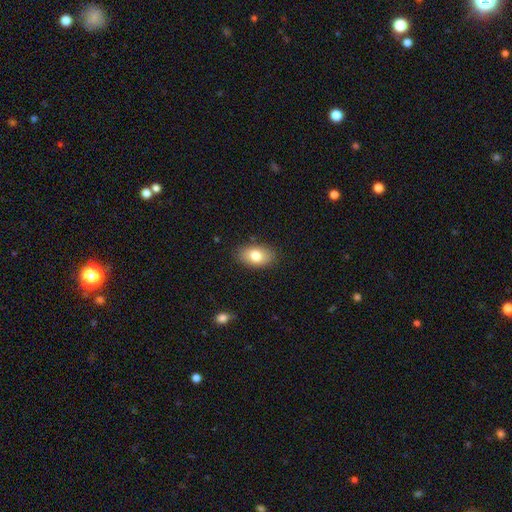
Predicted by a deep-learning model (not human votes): smooth_or_featured: smooth (p=0.80) [alt: featured or disk p=0.13]
how_rounded: in between (p=0.91) [alt: round p=0.08]
merging: none (p=0.85) [alt: minor disturbance p=0.11]